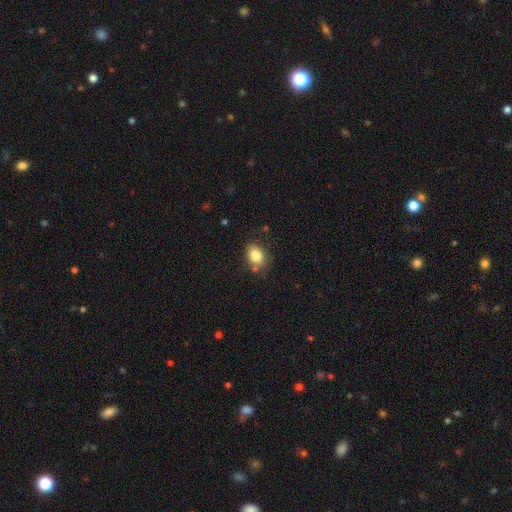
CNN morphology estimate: A smooth galaxy with no disk features (82%) that is in between round and cigar-shaped (71%).

Vote fractions:
- Smooth or featured? smooth: 82% / star or artifact: 9% / featured or disk: 9%
- How rounded? in between: 71% / round: 27% / cigar-shaped: 1%
- Merging? none: 74% / minor disturbance: 16% / merger: 6% / major disturbance: 4%